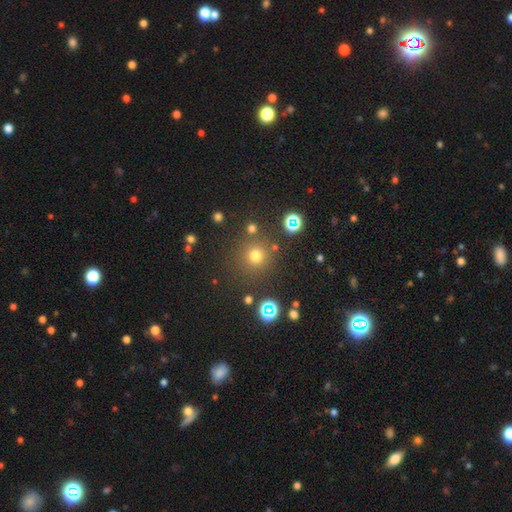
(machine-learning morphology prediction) Smooth or featured? Predicted: smooth (p=0.70). How rounded? Predicted: round (p=0.94). Merging? Predicted: none (p=0.83).